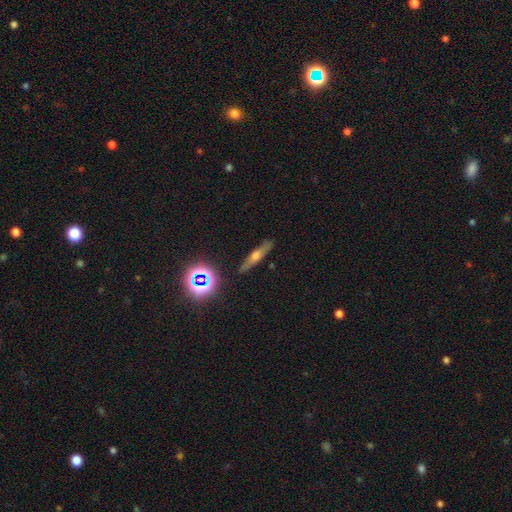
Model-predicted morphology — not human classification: A featured or disk galaxy (48%). Merging: none (88%).